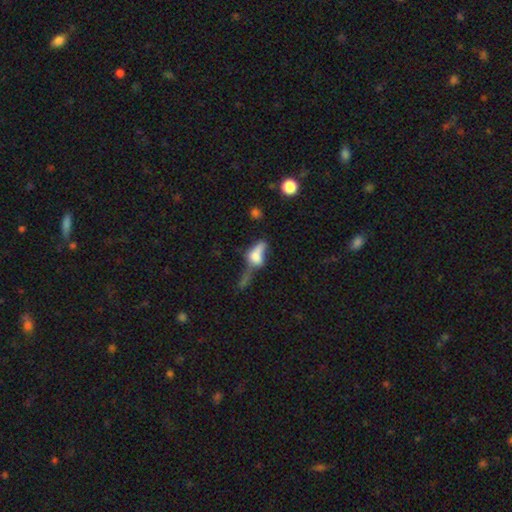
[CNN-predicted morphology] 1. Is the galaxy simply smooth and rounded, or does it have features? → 51% smooth, 36% featured or disk, 13% star or artifact.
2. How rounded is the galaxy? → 69% in between, 17% cigar-shaped, 14% round.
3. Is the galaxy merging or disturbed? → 36% major disturbance, 29% merger, 19% none, 16% minor disturbance.